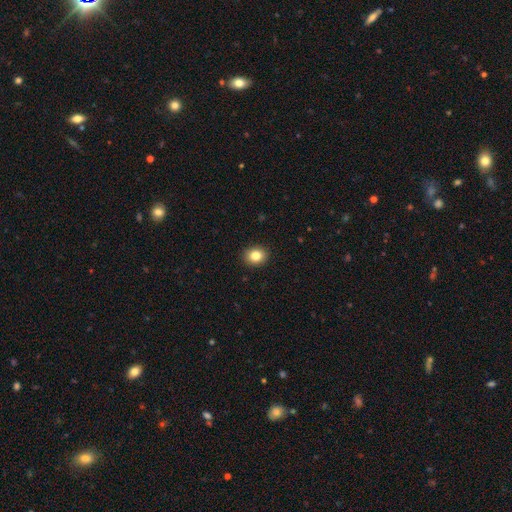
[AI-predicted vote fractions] Smooth or featured?
  - smooth: 84% *
  - star or artifact: 10%
  - featured or disk: 6%
How rounded?
  - round: 60% *
  - in between: 39%
  - cigar-shaped: 1%
Merging?
  - none: 91% *
  - minor disturbance: 6%
  - major disturbance: 2%
  - merger: 1%